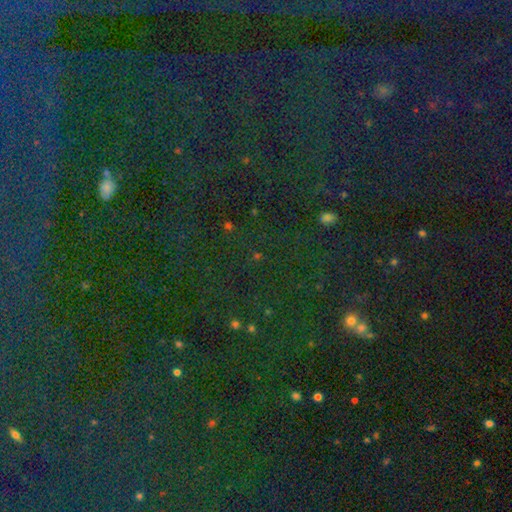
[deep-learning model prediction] Q: Smooth or featured?
A: star or artifact (81%); runner-up: smooth (11%)